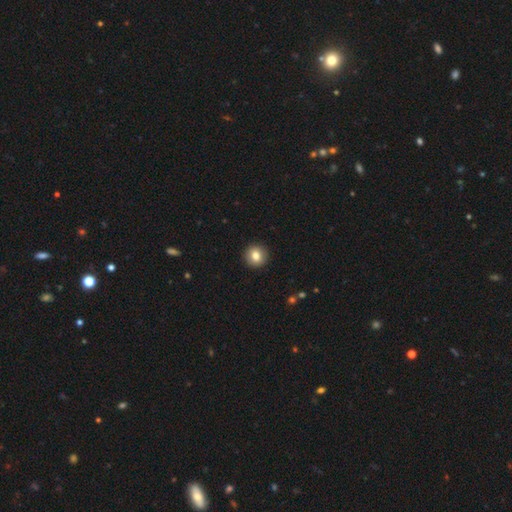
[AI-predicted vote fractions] Morphology: type=smooth (82%); roundness=round (93%); merging=none (93%).